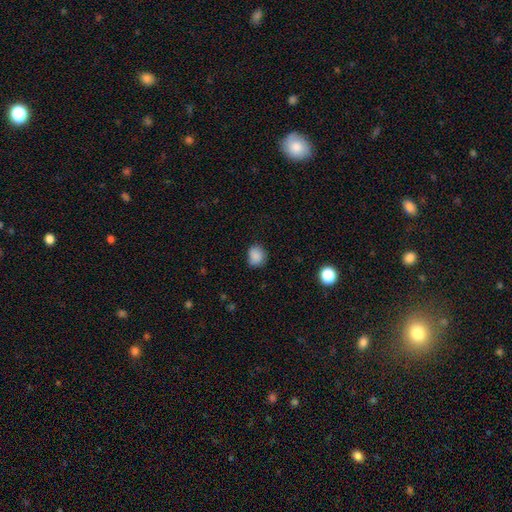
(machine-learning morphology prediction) A smooth galaxy with no disk features (86%) that is round (70%).

Vote fractions:
- Smooth or featured? smooth: 86% / star or artifact: 10% / featured or disk: 4%
- How rounded? round: 70% / in between: 29% / cigar-shaped: 1%
- Merging? none: 75% / minor disturbance: 20% / major disturbance: 4% / merger: 1%